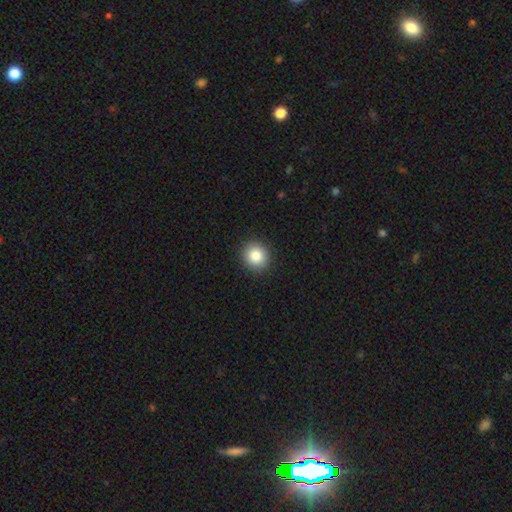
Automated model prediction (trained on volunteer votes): Smooth or featured? smooth (84%)
How rounded? round (84%)
Merging? none (92%)